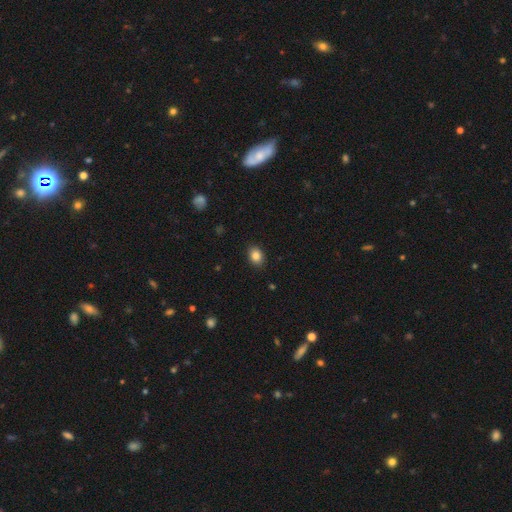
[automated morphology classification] Overall: smooth (84%). How rounded: in between (61%; round 38%). Merging: none (89%).